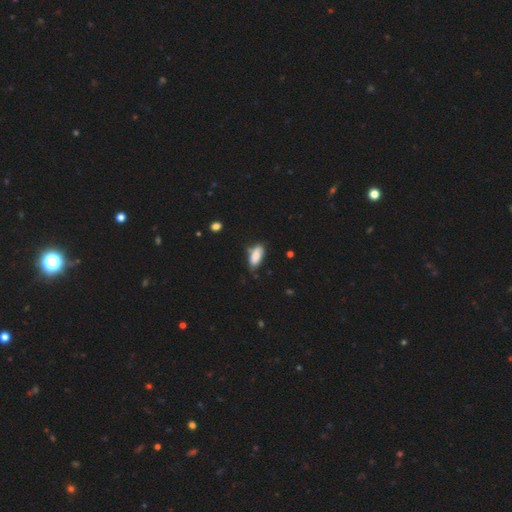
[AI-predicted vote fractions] A smooth galaxy with no disk features (84%) that is in between round and cigar-shaped (84%).

Vote fractions:
- Smooth or featured? smooth: 84% / featured or disk: 9% / star or artifact: 7%
- How rounded? in between: 84% / cigar-shaped: 13% / round: 2%
- Merging? none: 60% / minor disturbance: 29% / major disturbance: 6% / merger: 5%